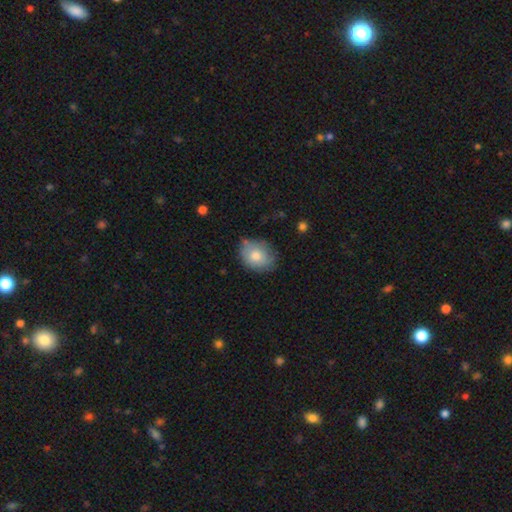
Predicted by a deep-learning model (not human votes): Smooth or featured?
  - smooth: 74% *
  - featured or disk: 19%
  - star or artifact: 7%
How rounded?
  - in between: 61% *
  - round: 38%
  - cigar-shaped: 1%
Merging?
  - none: 71% *
  - minor disturbance: 23%
  - major disturbance: 5%
  - merger: 2%